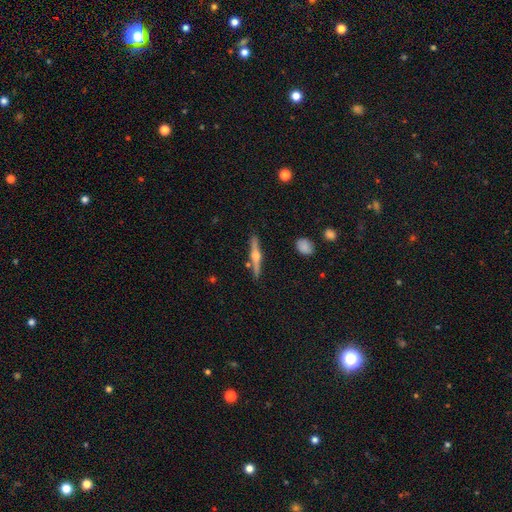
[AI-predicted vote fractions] Smooth or featured? featured or disk (71%)
Edge-on disk? yes (98%)
Edge-on bulge? rounded (94%)
Merging? none (87%)